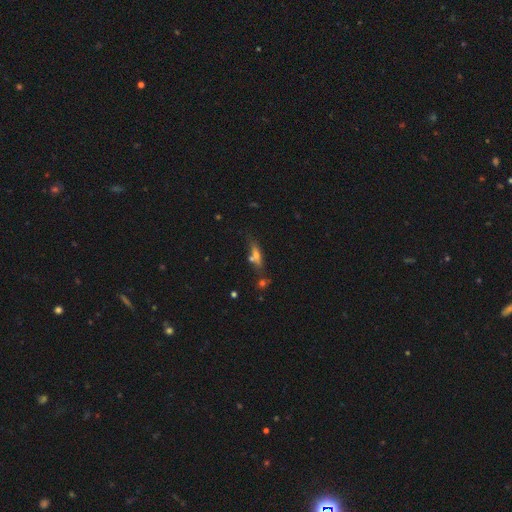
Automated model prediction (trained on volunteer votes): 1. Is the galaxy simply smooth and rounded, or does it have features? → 45% smooth, 43% featured or disk, 12% star or artifact.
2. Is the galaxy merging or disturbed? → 60% none, 18% merger, 16% minor disturbance, 6% major disturbance.